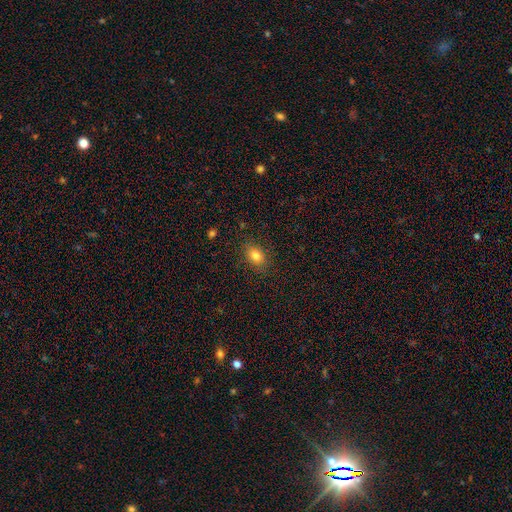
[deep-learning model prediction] Smooth or featured? smooth (83%)
How rounded? in between (78%)
Merging? none (86%)